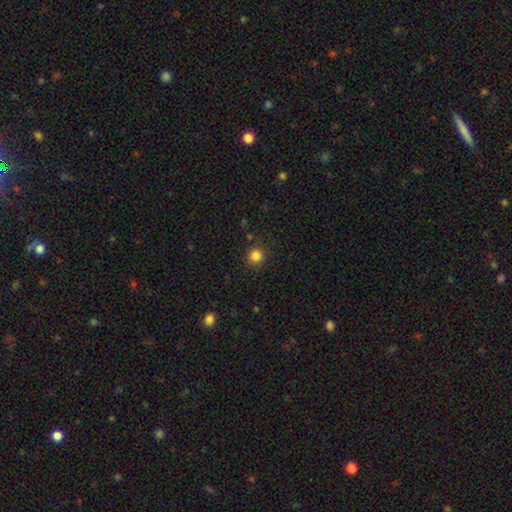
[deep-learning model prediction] This is clearly a smooth galaxy (84%). How rounded: clearly round (94%). Merging: clearly none (90%).